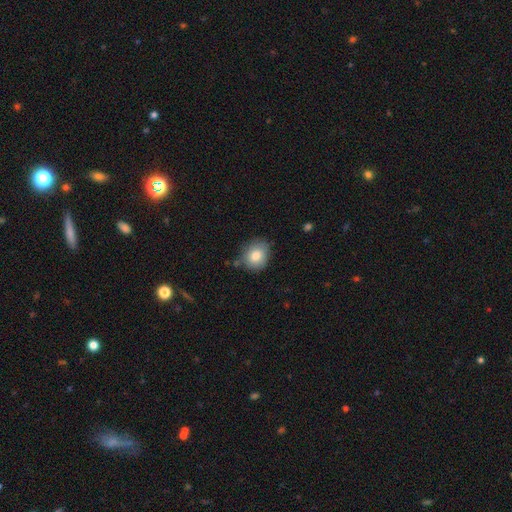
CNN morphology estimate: Smooth or featured?
  - smooth: 82% *
  - featured or disk: 10%
  - star or artifact: 8%
How rounded?
  - round: 65% *
  - in between: 34%
  - cigar-shaped: 1%
Merging?
  - none: 76% *
  - minor disturbance: 18%
  - major disturbance: 4%
  - merger: 3%